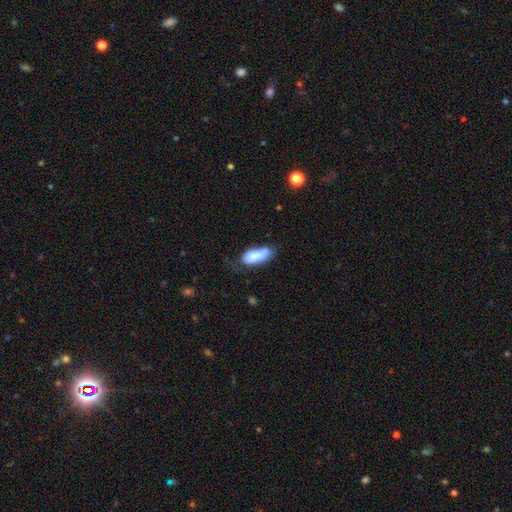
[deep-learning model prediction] Smooth or featured? smooth (77%)
How rounded? in between (74%)
Merging? none (46%)